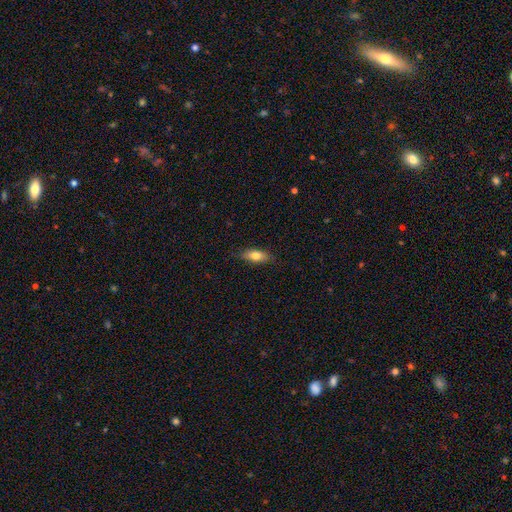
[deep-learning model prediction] Overall: smooth (77%). How rounded: in between (78%). Merging: none (83%).